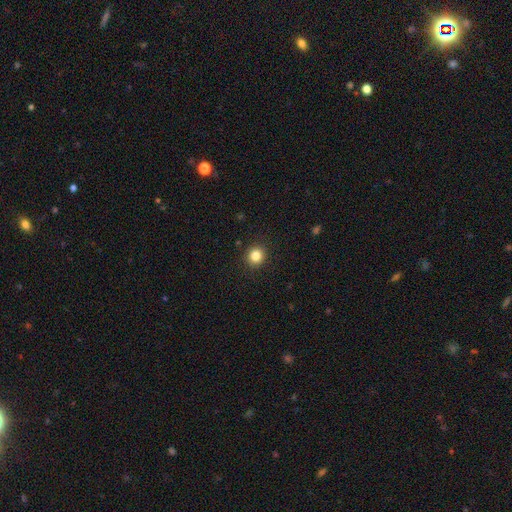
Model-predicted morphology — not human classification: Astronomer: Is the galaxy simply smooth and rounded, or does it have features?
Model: smooth — 84%.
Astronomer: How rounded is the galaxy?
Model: round — 87%.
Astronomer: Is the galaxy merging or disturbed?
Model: none — 91%.